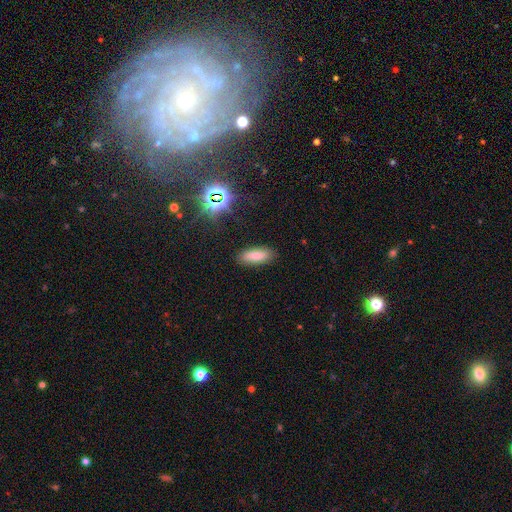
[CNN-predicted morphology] This is likely a smooth galaxy (77%). How rounded: likely in between (74%). Merging: clearly none (87%).